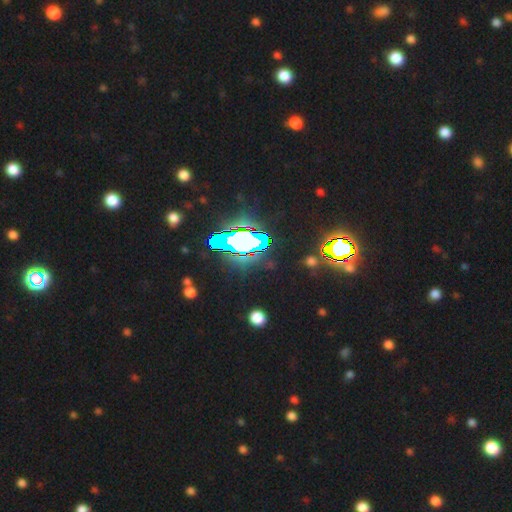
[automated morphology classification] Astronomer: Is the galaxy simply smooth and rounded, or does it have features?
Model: star or artifact — 84%.